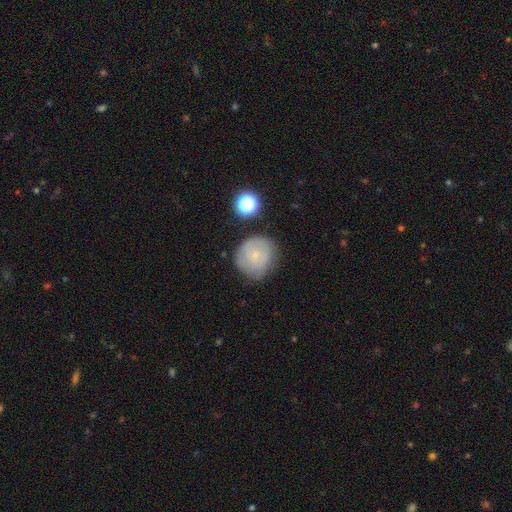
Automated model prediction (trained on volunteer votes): A smooth galaxy with no disk features (61%) that is round (89%). Merging: none (68%).